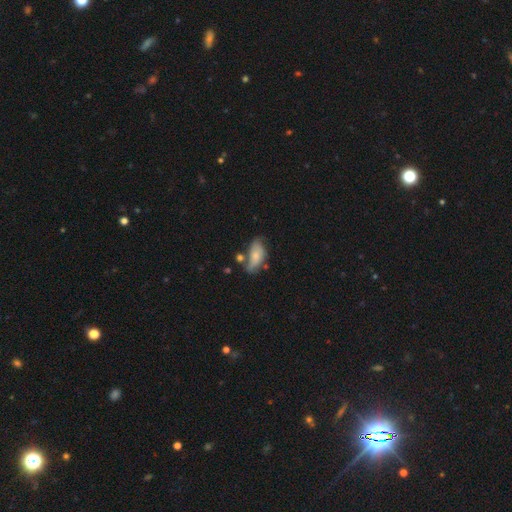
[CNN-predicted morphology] Overall: smooth (58%; featured or disk 34%). How rounded: in between (88%). Merging: none (38%; minor disturbance 30%).